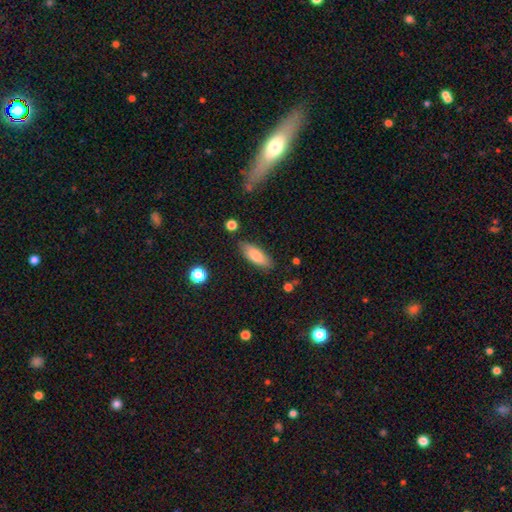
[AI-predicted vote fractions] Overall: smooth (82%). How rounded: in between (68%; cigar-shaped 30%). Merging: none (82%).